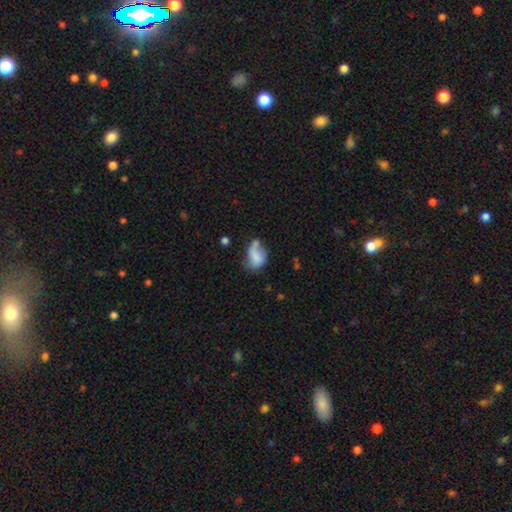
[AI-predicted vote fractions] Overall: smooth (68%). How rounded: in between (80%). Merging: minor disturbance (32%; none 30%).